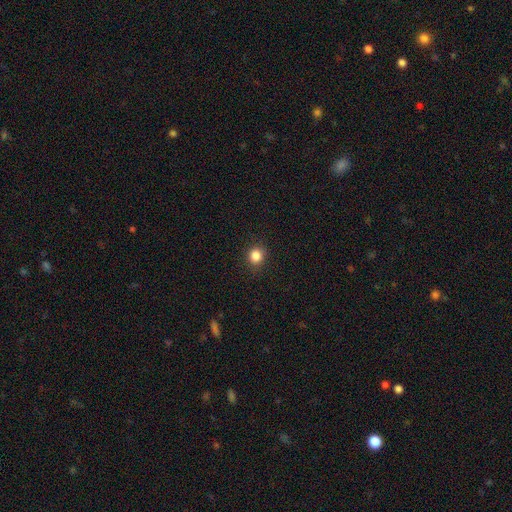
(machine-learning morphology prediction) Overall: smooth (85%). How rounded: round (87%). Merging: none (90%).